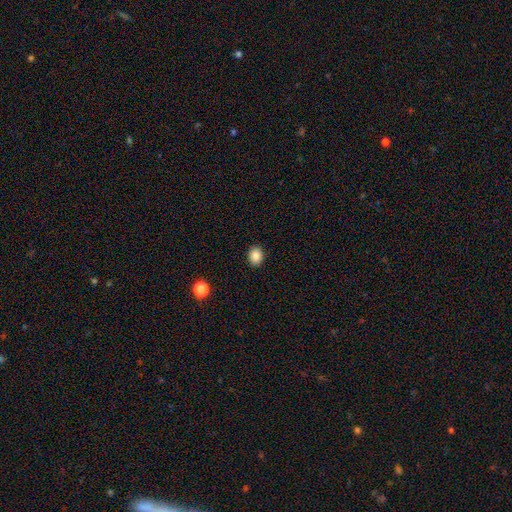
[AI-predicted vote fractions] Q: Smooth or featured?
A: smooth (86%); runner-up: star or artifact (10%)
Q: How rounded?
A: in between (56%); runner-up: round (43%)
Q: Merging?
A: none (90%); runner-up: minor disturbance (7%)